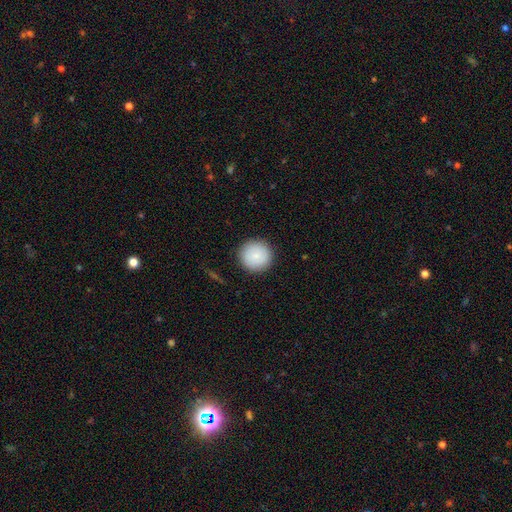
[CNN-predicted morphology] This is clearly a smooth galaxy (86%). How rounded: clearly round (96%). Merging: clearly none (91%).